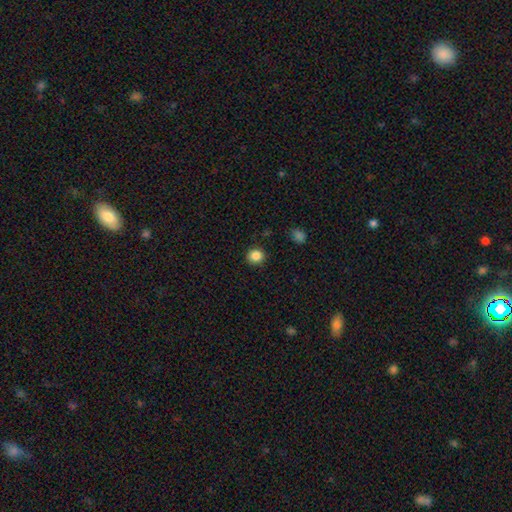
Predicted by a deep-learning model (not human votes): Smooth or featured? smooth (86%)
How rounded? round (88%)
Merging? none (90%)